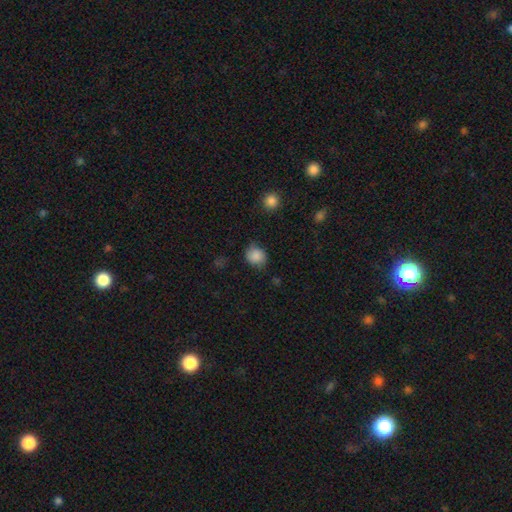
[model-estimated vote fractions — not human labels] smooth_or_featured: smooth (p=0.85) [alt: star or artifact p=0.09]
how_rounded: round (p=0.79) [alt: in between p=0.20]
merging: none (p=0.72) [alt: minor disturbance p=0.21]